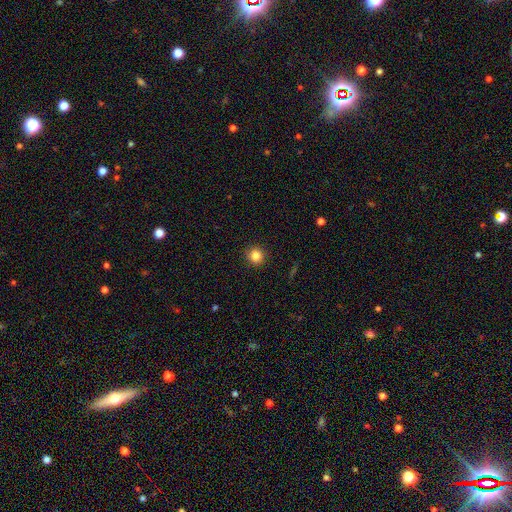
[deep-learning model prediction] Morphology: type=smooth (83%); roundness=round (93%); merging=none (92%).